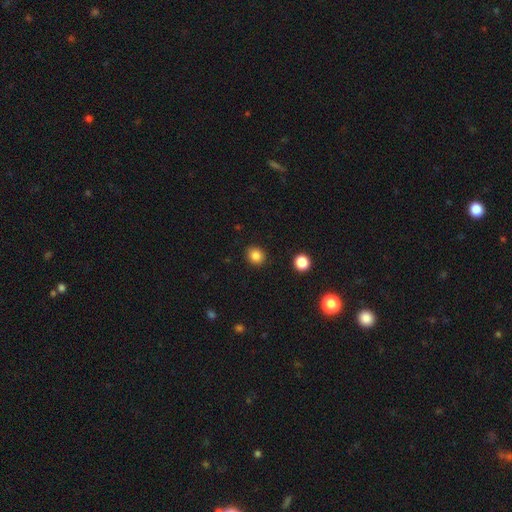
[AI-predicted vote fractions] Smooth or featured? Predicted: smooth (p=0.85). How rounded? Predicted: round (p=0.80). Merging? Predicted: none (p=0.90).